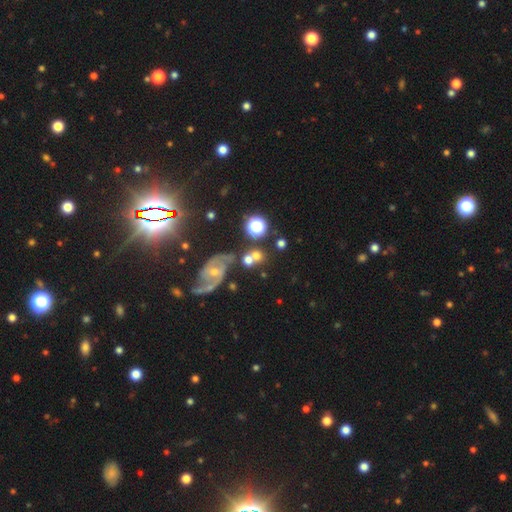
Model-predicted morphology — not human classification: smooth_or_featured: smooth (p=0.57) [alt: featured or disk p=0.27]
how_rounded: round (p=0.80) [alt: in between p=0.19]
merging: none (p=0.56) [alt: merger p=0.25]